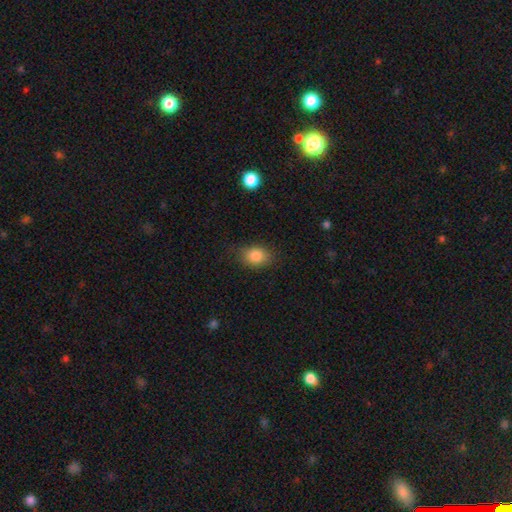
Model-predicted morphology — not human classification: Q: Smooth or featured?
A: smooth (85%); runner-up: star or artifact (9%)
Q: How rounded?
A: in between (66%); runner-up: round (33%)
Q: Merging?
A: none (77%); runner-up: minor disturbance (17%)